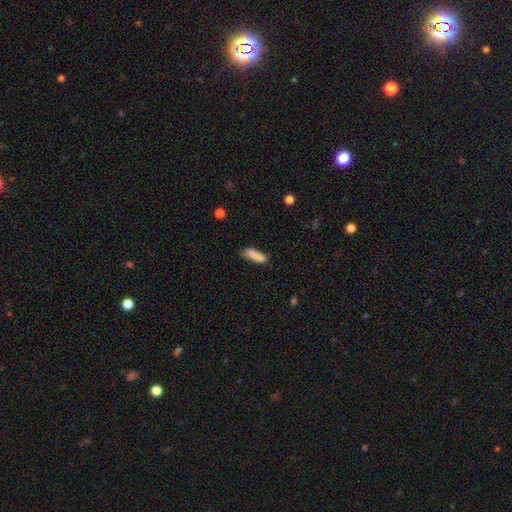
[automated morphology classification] smooth-or-featured: smooth: 86% | star or artifact: 7% | featured or disk: 7%
  how-rounded: cigar-shaped: 60% | in between: 38% | round: 2%
  merging: none: 74% | minor disturbance: 20% | major disturbance: 4% | merger: 2%